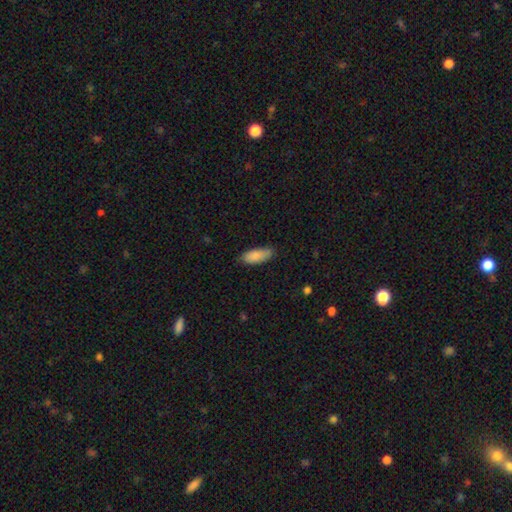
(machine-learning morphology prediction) smooth-or-featured: smooth: 87% | featured or disk: 7% | star or artifact: 6%
  how-rounded: in between: 76% | cigar-shaped: 23% | round: 2%
  merging: none: 77% | minor disturbance: 19% | major disturbance: 3% | merger: 1%